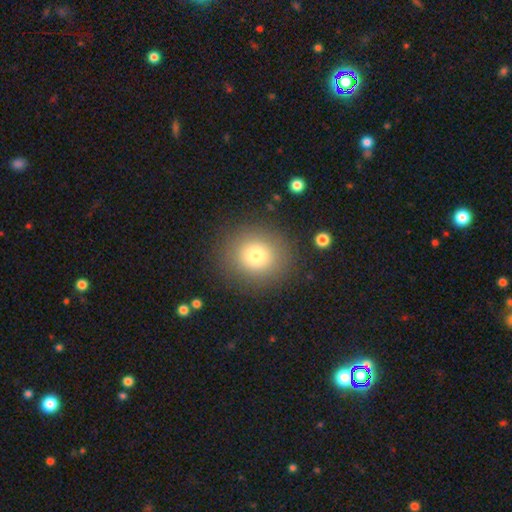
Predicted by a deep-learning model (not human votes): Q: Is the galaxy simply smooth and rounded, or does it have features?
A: smooth — 76%.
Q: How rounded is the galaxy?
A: round — 89%.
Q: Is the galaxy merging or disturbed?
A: none — 88%.